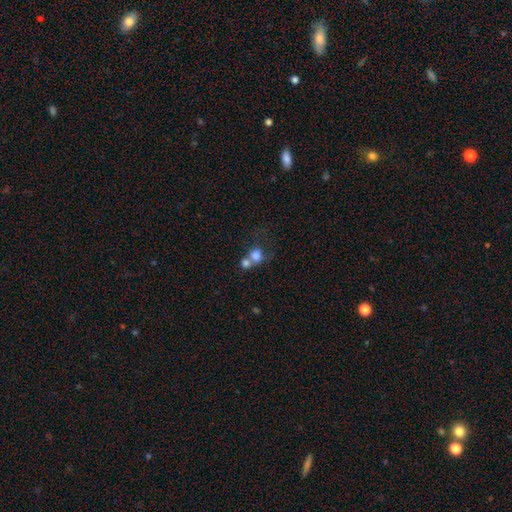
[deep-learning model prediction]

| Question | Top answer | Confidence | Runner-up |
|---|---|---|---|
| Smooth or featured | smooth | 77% | star or artifact (12%) |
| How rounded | round | 76% | in between (23%) |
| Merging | merger | 56% | none (31%) |